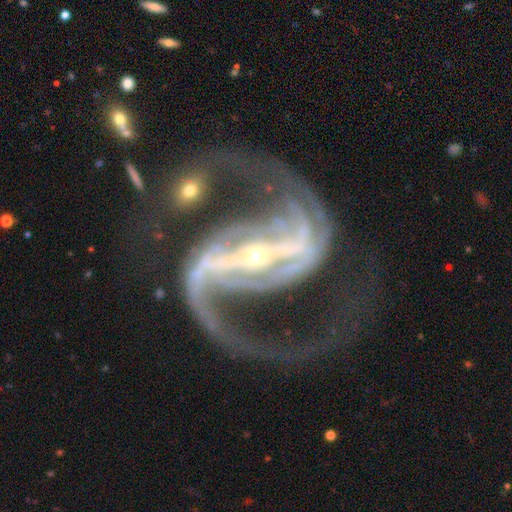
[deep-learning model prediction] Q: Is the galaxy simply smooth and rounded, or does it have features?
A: featured or disk — 93%.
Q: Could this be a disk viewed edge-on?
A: no — 97%.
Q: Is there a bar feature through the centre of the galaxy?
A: strong — 83%.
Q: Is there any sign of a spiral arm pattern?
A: yes — 98%.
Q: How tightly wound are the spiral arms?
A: medium — 53%.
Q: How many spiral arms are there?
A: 2 — 89%.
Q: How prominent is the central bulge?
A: small — 82%.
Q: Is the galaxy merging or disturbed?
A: none — 57%.